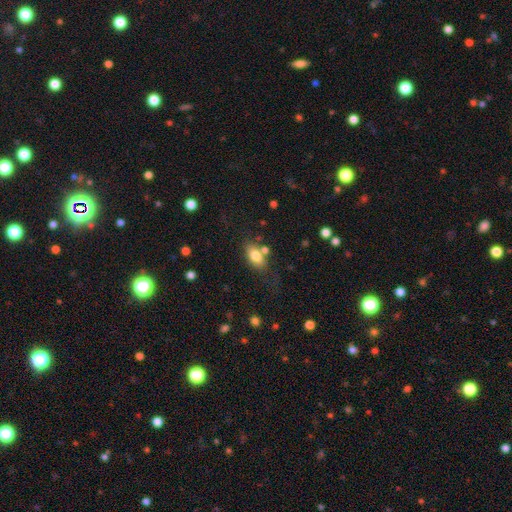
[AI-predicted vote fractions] Overall: smooth (77%). How rounded: in between (87%). Merging: none (61%).